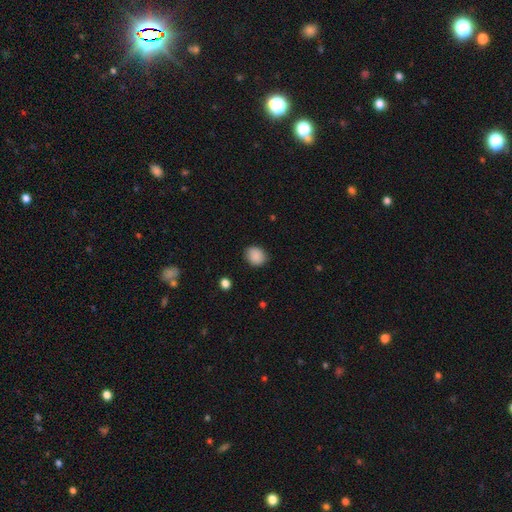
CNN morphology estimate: The model was most divided on "how rounded": round: 59%, in between: 40%, cigar-shaped: 1%. More confident: smooth or featured — smooth (89%); merging — none (87%).